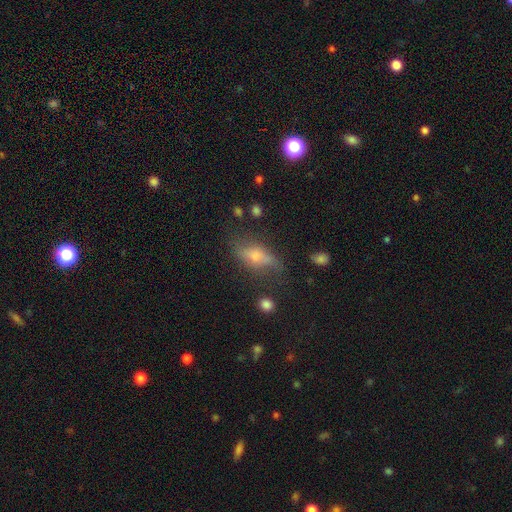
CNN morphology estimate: A featured or disk galaxy (44%).

Vote fractions:
- Smooth or featured? featured or disk: 44% / smooth: 43% / star or artifact: 13%
- Merging? none: 63% / minor disturbance: 23% / major disturbance: 11% / merger: 3%